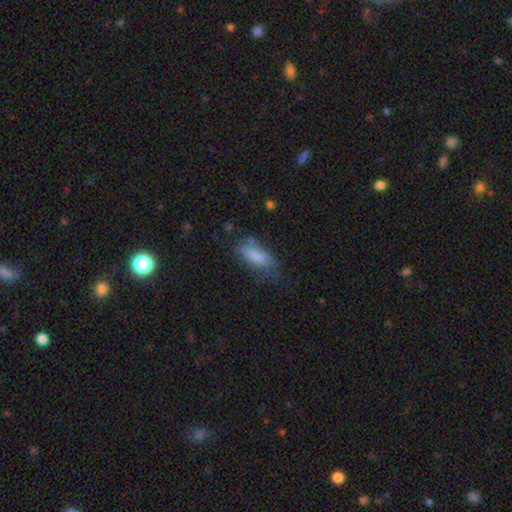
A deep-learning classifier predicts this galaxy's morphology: Smooth or featured? smooth (78%)
How rounded? in between (69%)
Merging? none (45%)